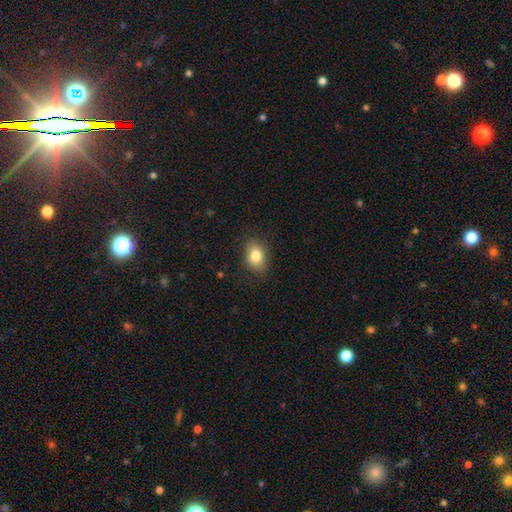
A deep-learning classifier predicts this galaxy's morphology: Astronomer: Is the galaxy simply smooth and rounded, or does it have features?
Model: smooth — 83%.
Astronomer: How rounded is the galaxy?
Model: in between — 75%.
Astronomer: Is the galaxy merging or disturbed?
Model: none — 84%.